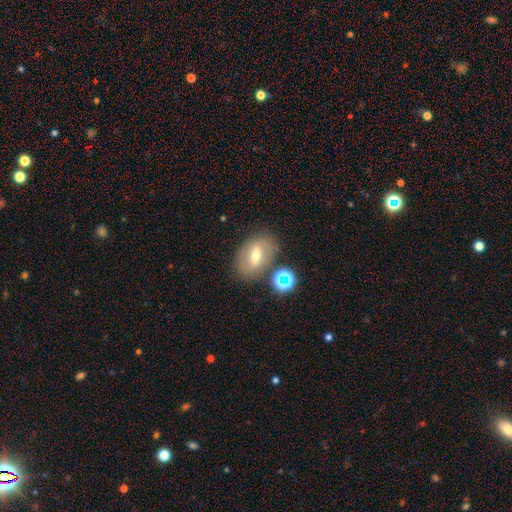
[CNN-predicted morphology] smooth-or-featured: featured or disk: 44% | smooth: 43% | star or artifact: 13%
  merging: none: 73% | minor disturbance: 14% | merger: 8% | major disturbance: 5%